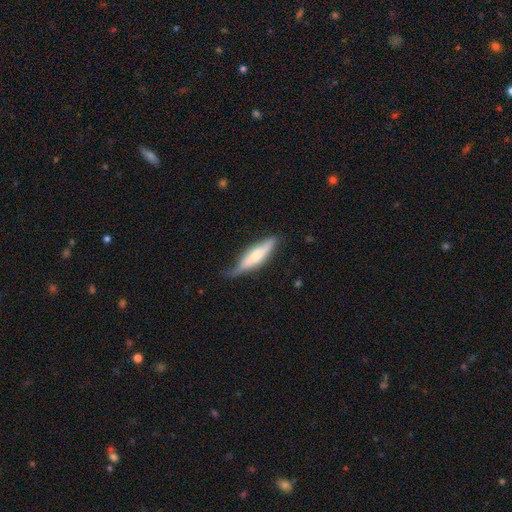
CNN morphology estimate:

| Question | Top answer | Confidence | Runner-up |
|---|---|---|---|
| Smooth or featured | smooth | 51% | featured or disk (44%) |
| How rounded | cigar-shaped | 68% | in between (30%) |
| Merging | none | 56% | minor disturbance (34%) |